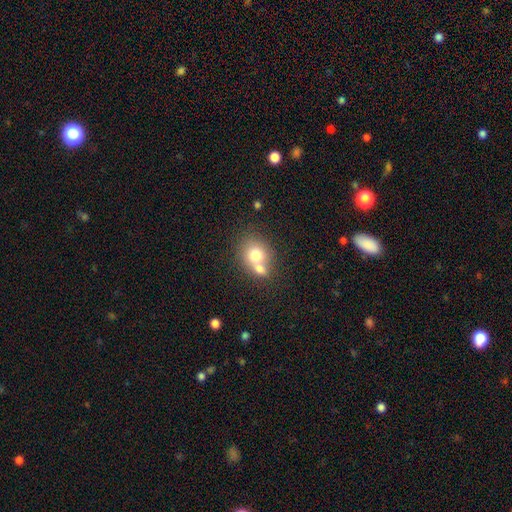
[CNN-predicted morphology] smooth-or-featured: smooth: 72% | featured or disk: 18% | star or artifact: 10%
  how-rounded: round: 65% | in between: 34% | cigar-shaped: 1%
  merging: merger: 56% | none: 32% | minor disturbance: 8% | major disturbance: 4%